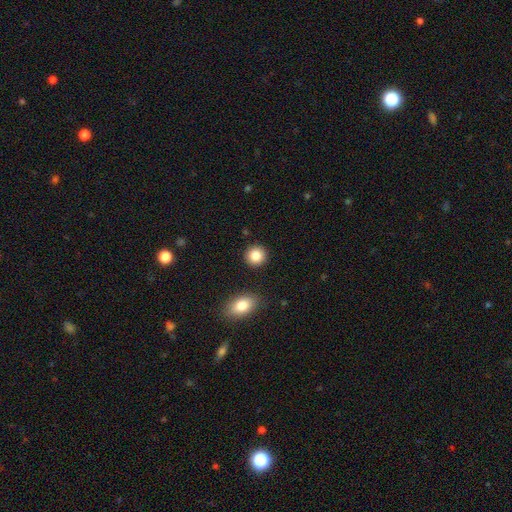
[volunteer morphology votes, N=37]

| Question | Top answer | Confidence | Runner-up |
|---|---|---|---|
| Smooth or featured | smooth | 92% | star or artifact (8%) |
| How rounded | round | 82% | in between (18%) |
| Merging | none | 88% | minor disturbance (9%) |